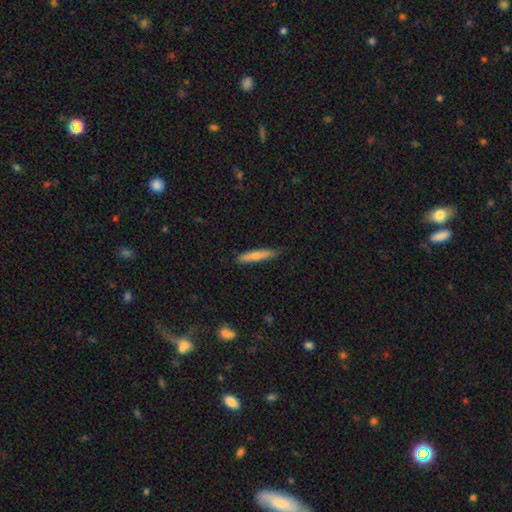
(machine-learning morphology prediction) Smooth or featured? Predicted: smooth (p=0.73). How rounded? Predicted: cigar-shaped (p=0.90). Merging? Predicted: none (p=0.81).